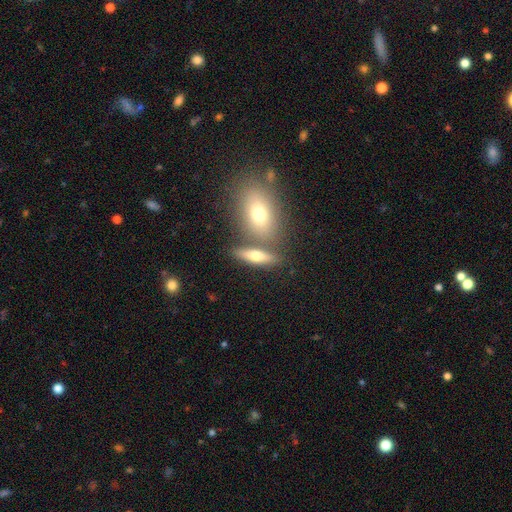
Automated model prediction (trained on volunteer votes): A smooth galaxy with no disk features (61%) that is in between round and cigar-shaped (50%).

Vote fractions:
- Smooth or featured? smooth: 61% / featured or disk: 31% / star or artifact: 9%
- How rounded? in between: 50% / cigar-shaped: 42% / round: 9%
- Merging? none: 66% / merger: 19% / minor disturbance: 10% / major disturbance: 4%